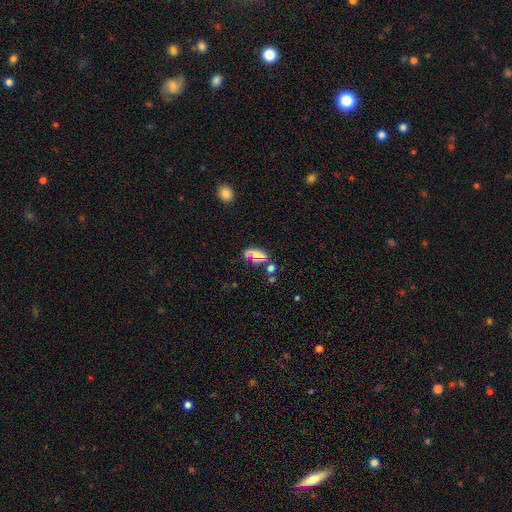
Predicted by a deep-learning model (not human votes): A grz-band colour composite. It shows a smooth galaxy with no disk features (64%) that is in between round and cigar-shaped (64%). Merging: none (68%).